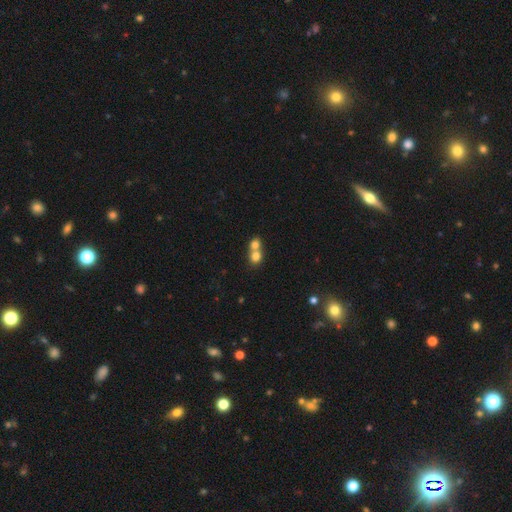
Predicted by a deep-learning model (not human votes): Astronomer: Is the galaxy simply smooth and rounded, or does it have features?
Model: smooth — 77%.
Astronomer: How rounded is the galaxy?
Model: round — 73%.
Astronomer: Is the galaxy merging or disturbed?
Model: merger — 67%.